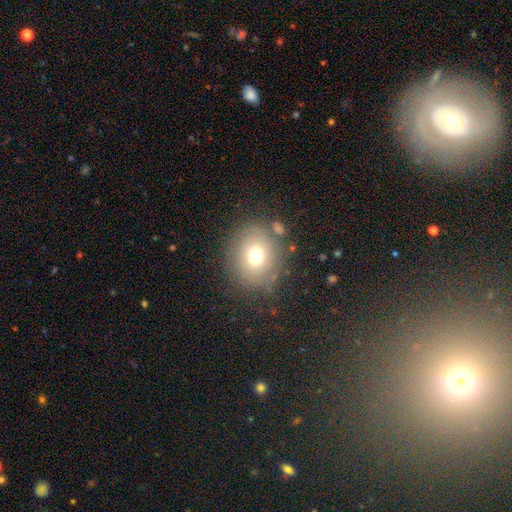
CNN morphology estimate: Q: Smooth or featured?
A: smooth (70%); runner-up: featured or disk (15%)
Q: How rounded?
A: round (81%); runner-up: in between (18%)
Q: Merging?
A: none (77%); runner-up: minor disturbance (13%)